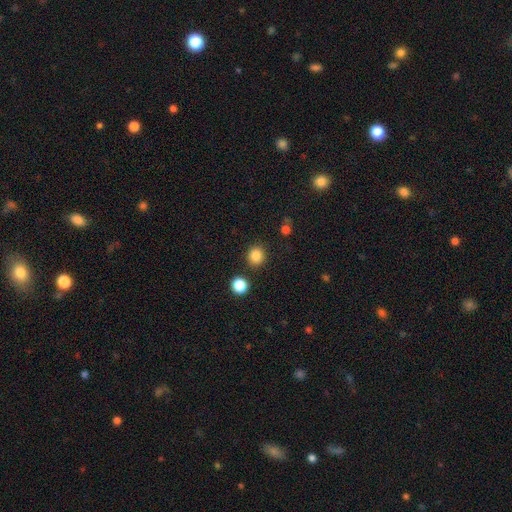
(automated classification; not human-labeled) smooth_or_featured: smooth (p=0.85) [alt: star or artifact p=0.11]
how_rounded: round (p=0.86) [alt: in between p=0.13]
merging: none (p=0.87) [alt: minor disturbance p=0.07]